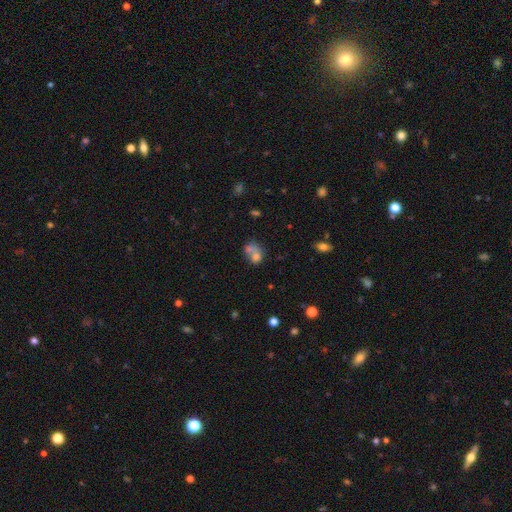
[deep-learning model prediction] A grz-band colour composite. It shows a smooth galaxy with no disk features (69%) that is round (51%). Merging: merger (65%).